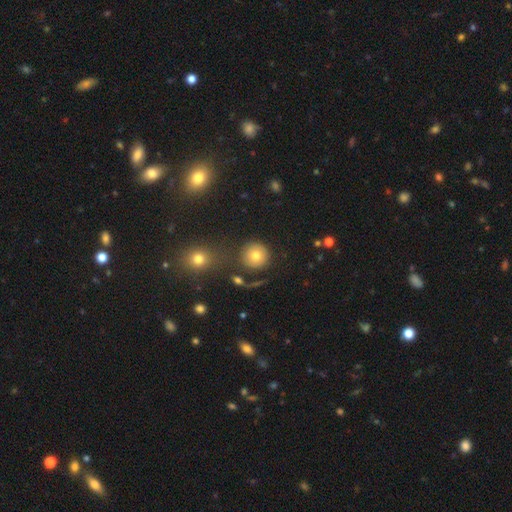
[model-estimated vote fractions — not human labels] Morphology: type=smooth (77%); roundness=round (94%); merging=none (80%).